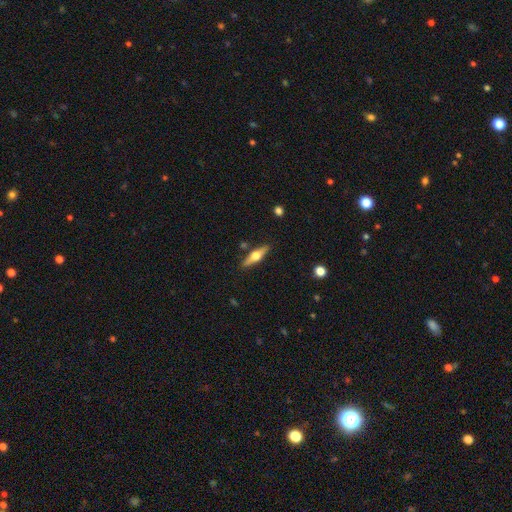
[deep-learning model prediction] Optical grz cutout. It shows a featured or disk galaxy (61%) viewed edge-on (95%) with a rounded central bulge (95%). Merging: none (86%).